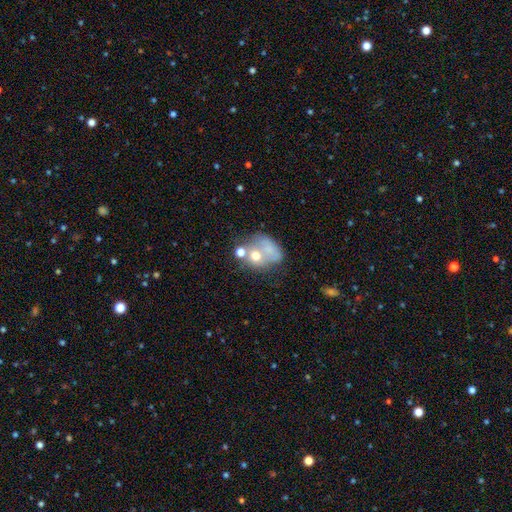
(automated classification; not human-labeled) Smooth or featured? smooth (55%)
How rounded? round (53%)
Merging? merger (45%)